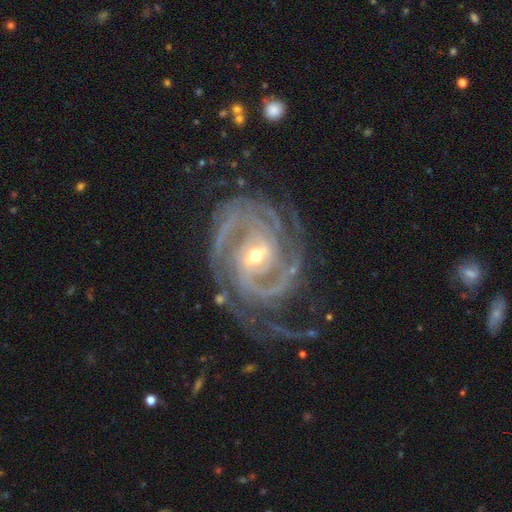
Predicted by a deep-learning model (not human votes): smooth-or-featured: featured or disk: 93% | star or artifact: 5% | smooth: 3%
  disk-edge-on: no: 97% | yes: 3%
    bar: weak: 43% | strong: 31% | no: 25%
    has-spiral-arms: yes: 98% | no: 2%
      spiral-winding: tight: 63% | medium: 31% | loose: 6%
      spiral-arm-count: 2: 27% | 3: 26% | 4: 16% | can't tell: 15% | more than 4: 9% | 1: 8%
    bulge-size: moderate: 52% | small: 44% | large: 3% | none: 1% | dominant: 1%
  merging: none: 64% | minor disturbance: 19% | major disturbance: 15% | merger: 2%